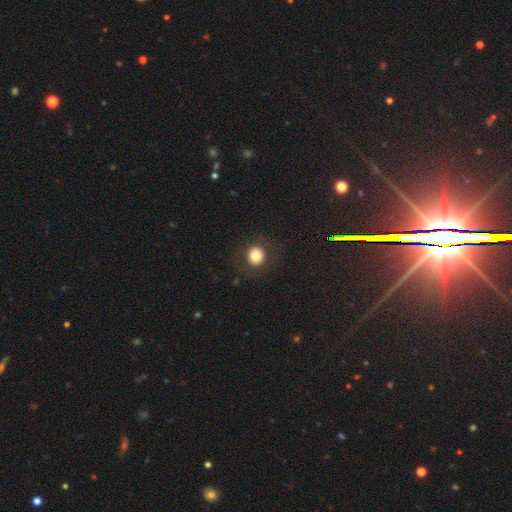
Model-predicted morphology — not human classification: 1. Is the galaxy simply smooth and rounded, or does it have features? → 81% smooth, 11% star or artifact, 8% featured or disk.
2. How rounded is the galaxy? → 87% round, 12% in between, 1% cigar-shaped.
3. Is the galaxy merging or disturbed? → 89% none, 7% minor disturbance, 4% major disturbance, 1% merger.